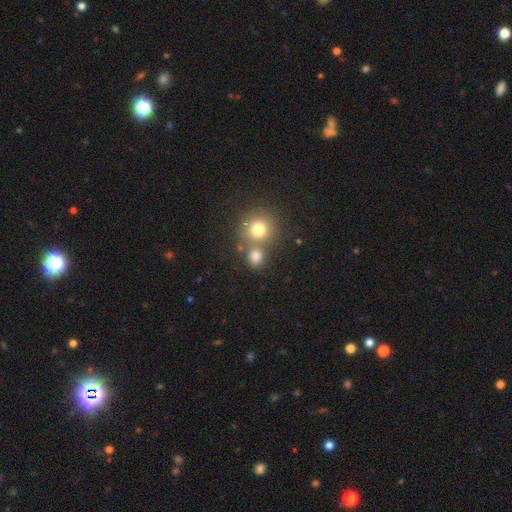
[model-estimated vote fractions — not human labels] Smooth or featured? Predicted: smooth (p=0.78). How rounded? Predicted: round (p=0.73). Merging? Predicted: none (p=0.52).